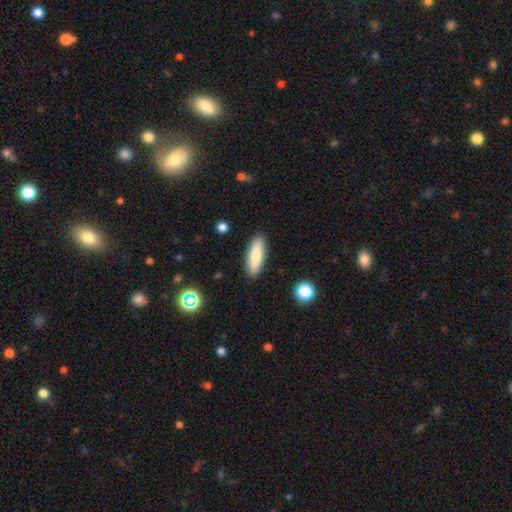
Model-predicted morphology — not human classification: Smooth or featured? smooth (81%)
How rounded? cigar-shaped (53%)
Merging? none (89%)